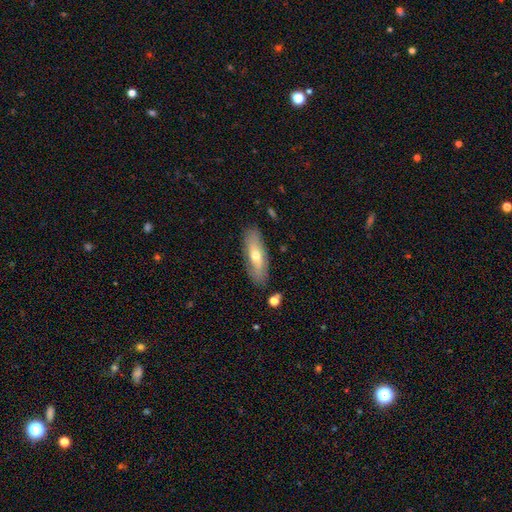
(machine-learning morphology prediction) Overall: smooth (51%; featured or disk 42%). How rounded: in between (56%; cigar-shaped 41%). Merging: none (84%).